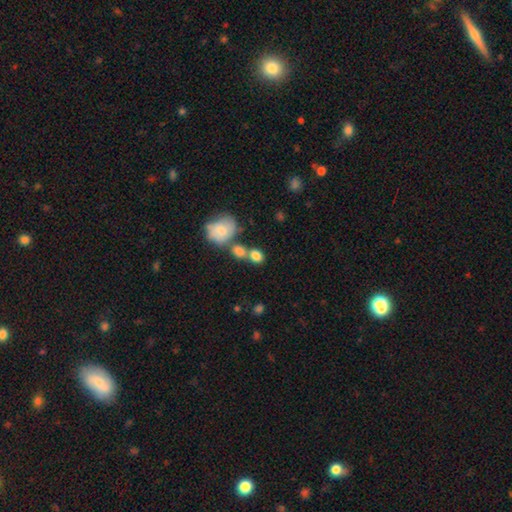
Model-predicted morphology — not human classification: Smooth or featured? smooth (81%)
How rounded? round (51%)
Merging? merger (46%)